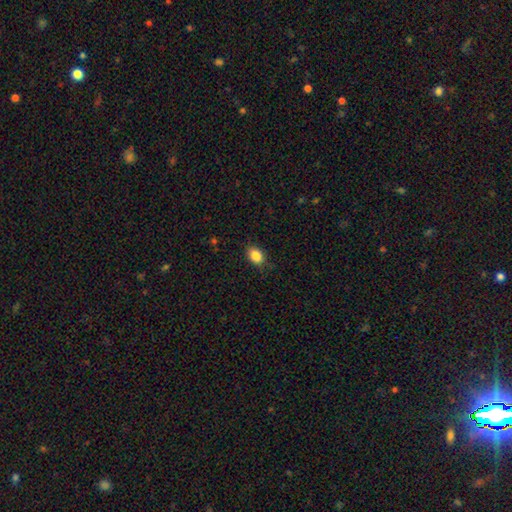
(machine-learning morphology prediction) smooth 87%, star or artifact 9%, featured or disk 4%. Down the decision tree: how rounded — in between (74%); merging — none (83%).